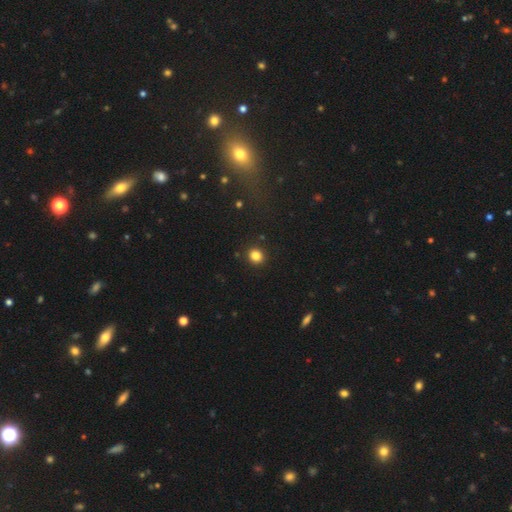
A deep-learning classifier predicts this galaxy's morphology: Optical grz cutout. It shows a smooth galaxy with no disk features (84%) that is round (85%). Merging: none (91%).